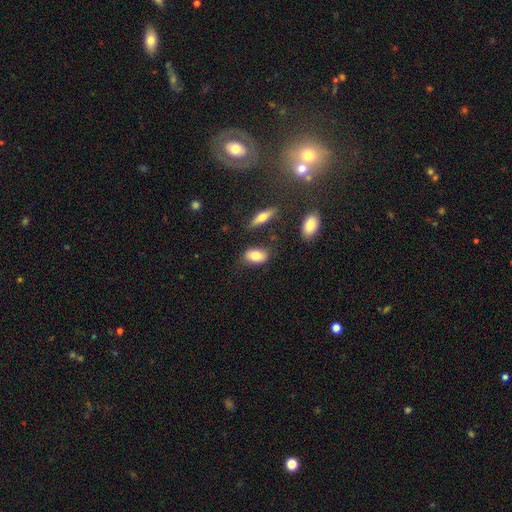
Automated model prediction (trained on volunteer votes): Smooth or featured? smooth (78%)
How rounded? in between (88%)
Merging? none (76%)